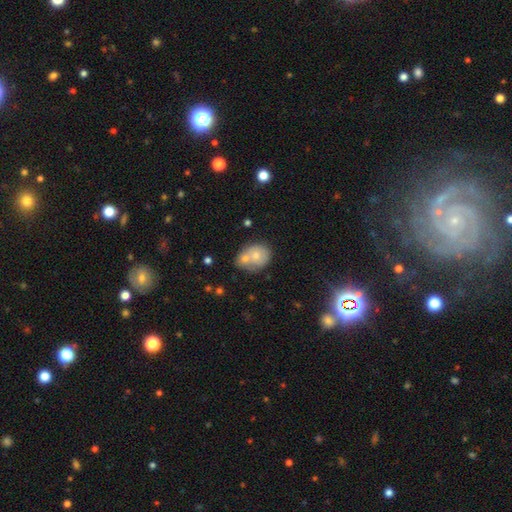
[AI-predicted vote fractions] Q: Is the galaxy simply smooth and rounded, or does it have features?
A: smooth — 67%.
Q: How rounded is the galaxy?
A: round — 58%.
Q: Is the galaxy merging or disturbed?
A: merger — 54%.